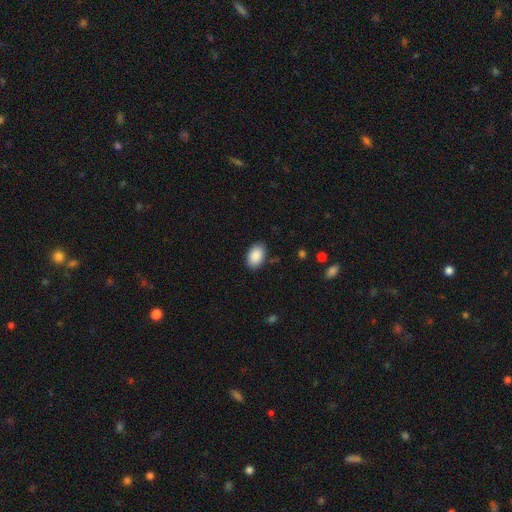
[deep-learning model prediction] smooth_or_featured: smooth (p=0.89) [alt: star or artifact p=0.07]
how_rounded: in between (p=0.90) [alt: round p=0.09]
merging: none (p=0.87) [alt: minor disturbance p=0.10]